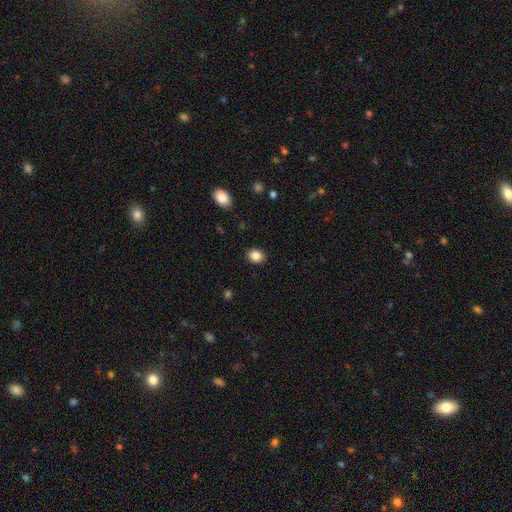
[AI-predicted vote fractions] Q: Smooth or featured?
A: smooth (86%); runner-up: star or artifact (9%)
Q: How rounded?
A: in between (54%); runner-up: round (45%)
Q: Merging?
A: none (89%); runner-up: minor disturbance (8%)